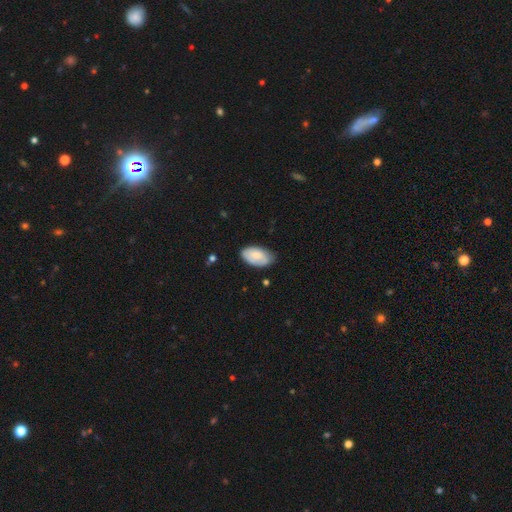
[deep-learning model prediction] This is likely a smooth galaxy (76%). How rounded: clearly in between (95%). Merging: likely none (68%).